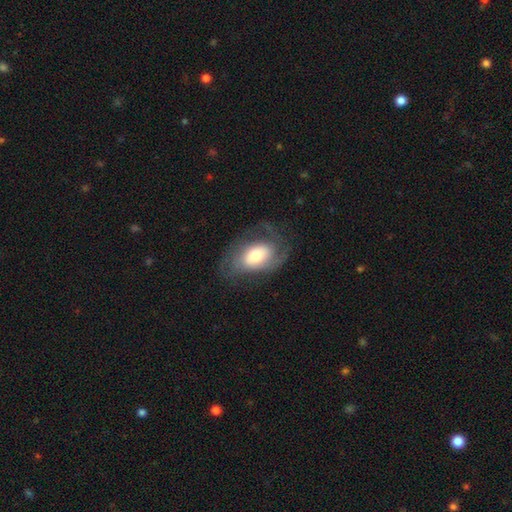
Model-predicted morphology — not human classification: Smooth or featured: featured or disk — 59% (smooth — 34%)
Edge-on disk: no — 95% (yes — 5%)
Bar: no — 64% (weak — 27%)
Spiral arms: yes — 83% (no — 17%)
Bulge size: moderate — 48% (large — 30%)
Merging: none — 58% (minor disturbance — 21%)